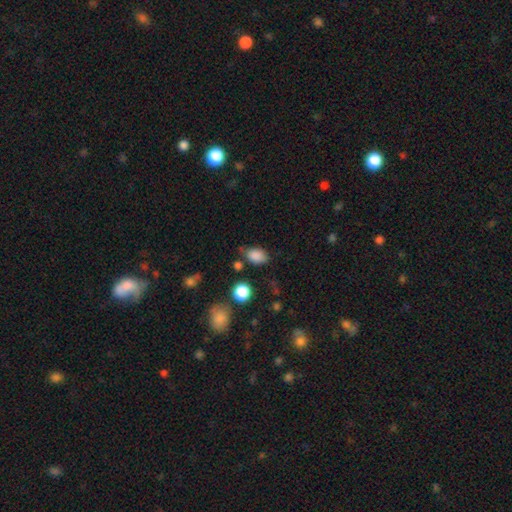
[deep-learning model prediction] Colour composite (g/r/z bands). It shows a smooth galaxy with no disk features (85%) that is in between round and cigar-shaped (82%). Merging: none (67%).